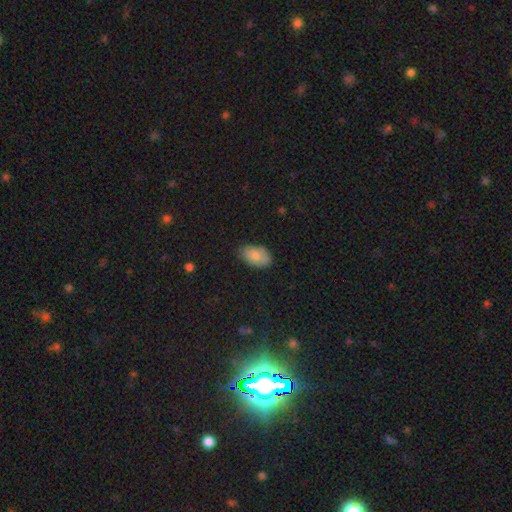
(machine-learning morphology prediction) type=smooth (85%); roundness=in between (94%); merging=none (83%).